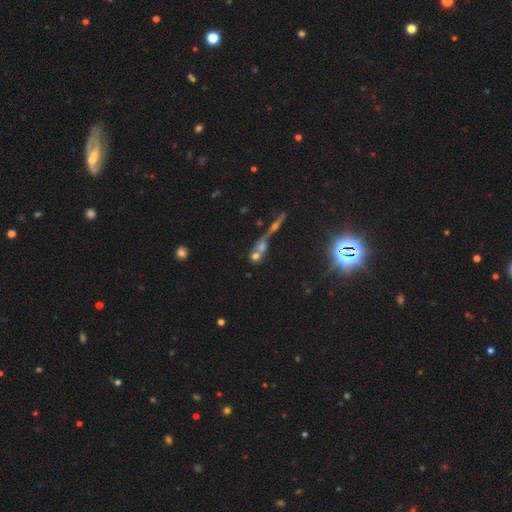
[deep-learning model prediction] Smooth or featured?
  - smooth: 55% *
  - featured or disk: 24%
  - star or artifact: 20%
How rounded?
  - round: 68% *
  - in between: 25%
  - cigar-shaped: 7%
Merging?
  - merger: 53% *
  - none: 34%
  - minor disturbance: 7%
  - major disturbance: 6%